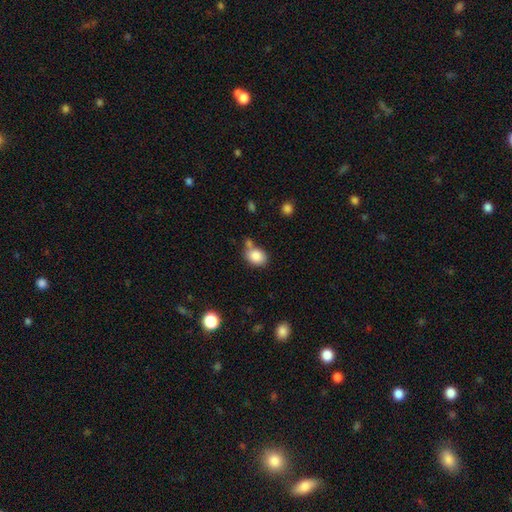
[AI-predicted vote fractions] Smooth or featured? Predicted: smooth (p=0.85). How rounded? Predicted: in between (p=0.59). Merging? Predicted: none (p=0.57).